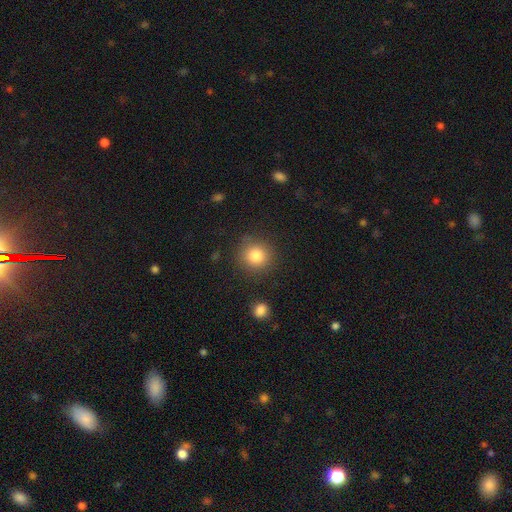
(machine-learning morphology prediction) Smooth or featured?
  - smooth: 82% *
  - star or artifact: 11%
  - featured or disk: 7%
How rounded?
  - round: 91% *
  - in between: 8%
  - cigar-shaped: 1%
Merging?
  - none: 86% *
  - minor disturbance: 8%
  - major disturbance: 3%
  - merger: 2%